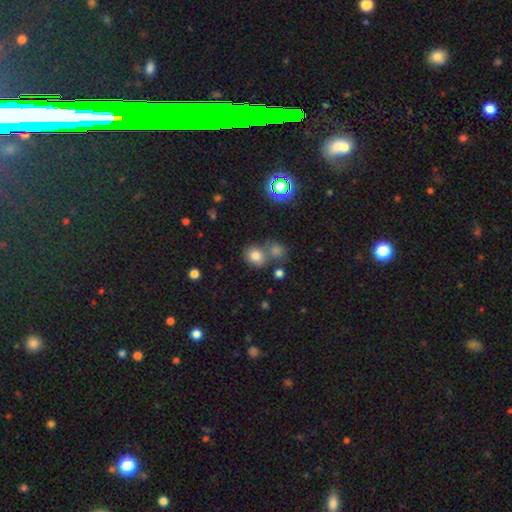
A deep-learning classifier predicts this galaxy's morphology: This appears to be a smooth galaxy with no disk features (76%) that is round (70%). Merging: none (58%).